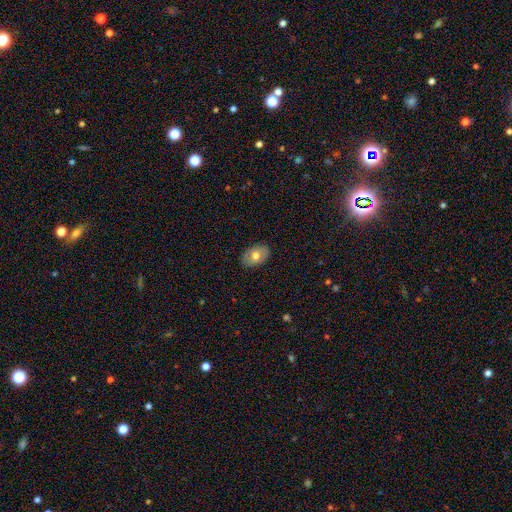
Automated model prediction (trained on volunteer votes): Morphology: type=smooth (67%); roundness=in between (87%); merging=none (86%).